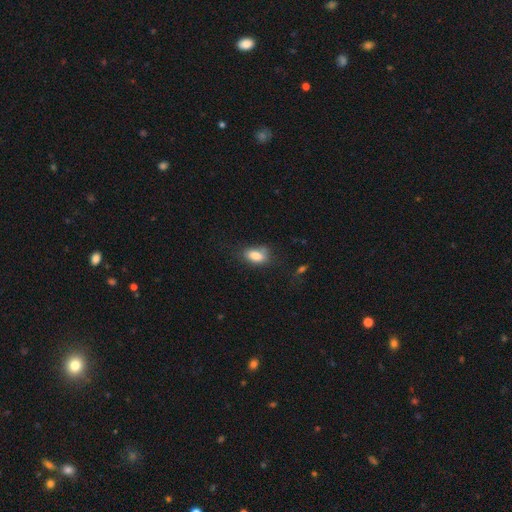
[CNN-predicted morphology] Q: Smooth or featured?
A: smooth (83%); runner-up: featured or disk (9%)
Q: How rounded?
A: in between (88%); runner-up: round (7%)
Q: Merging?
A: none (64%); runner-up: minor disturbance (24%)